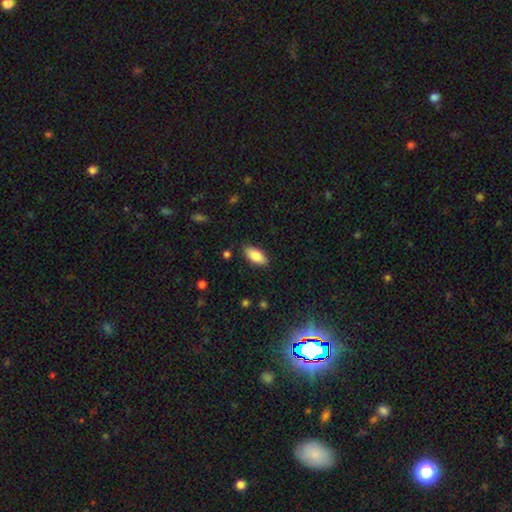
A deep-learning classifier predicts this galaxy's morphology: Q: Smooth or featured?
A: smooth (84%); runner-up: featured or disk (9%)
Q: How rounded?
A: in between (90%); runner-up: cigar-shaped (8%)
Q: Merging?
A: none (86%); runner-up: minor disturbance (10%)